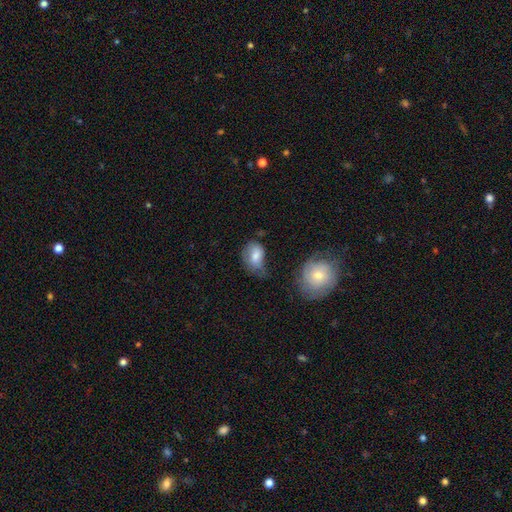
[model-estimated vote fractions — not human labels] smooth 74%, featured or disk 19%, star or artifact 8%. Down the decision tree: how rounded — in between (78%); merging — minor disturbance (40%).